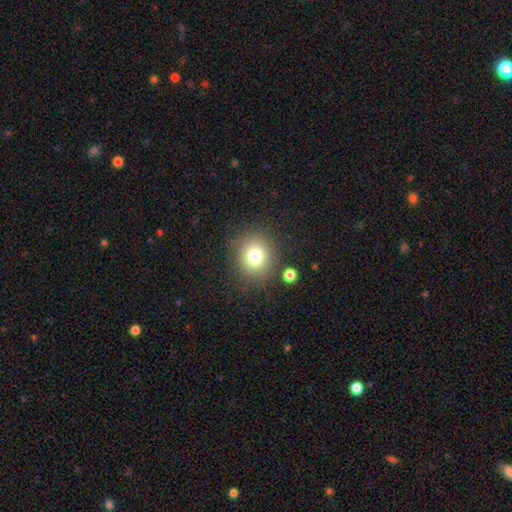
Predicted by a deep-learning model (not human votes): This is likely a smooth galaxy (77%). How rounded: likely round (80%). Merging: clearly none (85%).